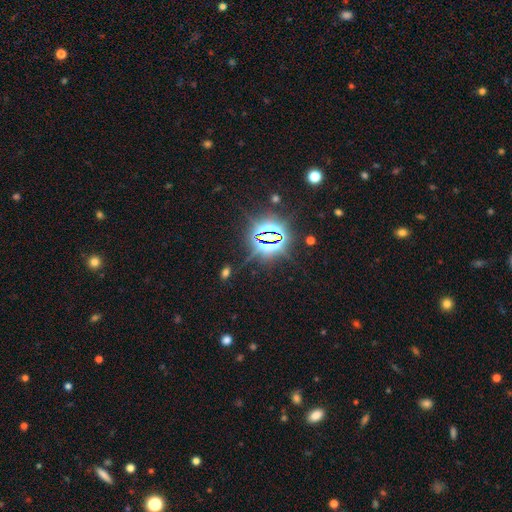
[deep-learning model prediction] Overall: star or artifact (82%).